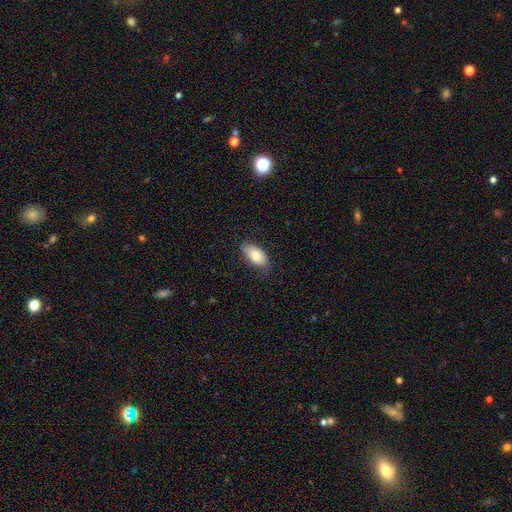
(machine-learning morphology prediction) type=smooth (76%); roundness=in between (93%); merging=none (72%).